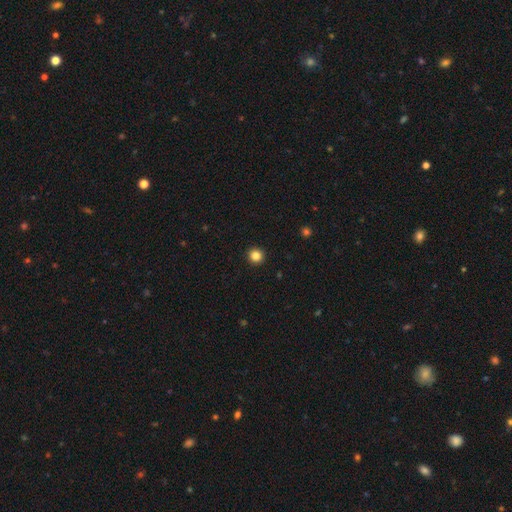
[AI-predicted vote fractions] smooth-or-featured: smooth: 85% | star or artifact: 11% | featured or disk: 4%
  how-rounded: round: 95% | in between: 4% | cigar-shaped: 1%
  merging: none: 94% | minor disturbance: 4% | major disturbance: 1% | merger: 1%